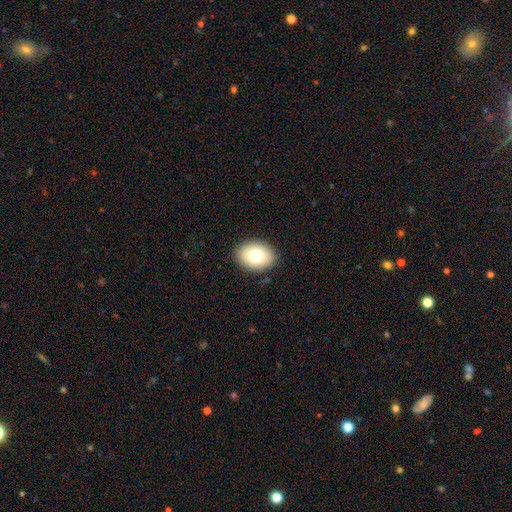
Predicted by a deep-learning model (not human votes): This appears to be a smooth galaxy with no disk features (76%) that is in between round and cigar-shaped (73%). Merging: none (88%).